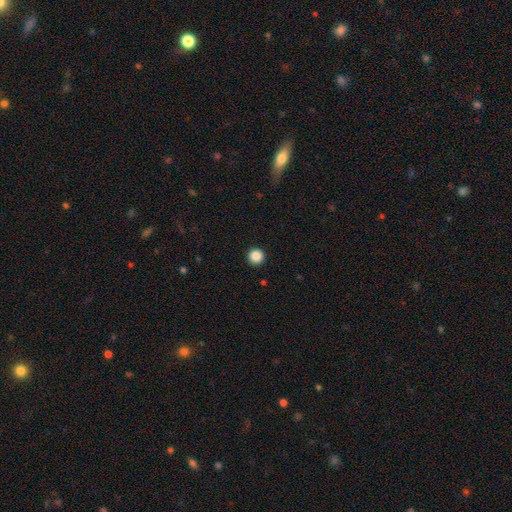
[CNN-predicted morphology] Smooth or featured: smooth — 87% (star or artifact — 10%)
How rounded: round — 96% (in between — 3%)
Merging: none — 94% (minor disturbance — 4%)